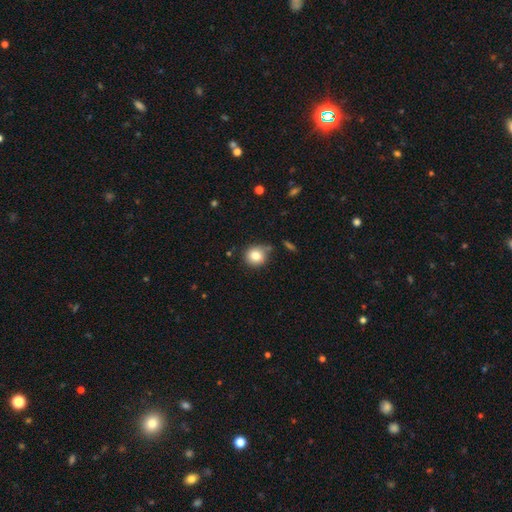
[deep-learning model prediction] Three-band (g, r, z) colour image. It shows a smooth galaxy with no disk features (81%) that is round (86%). Merging: none (66%).